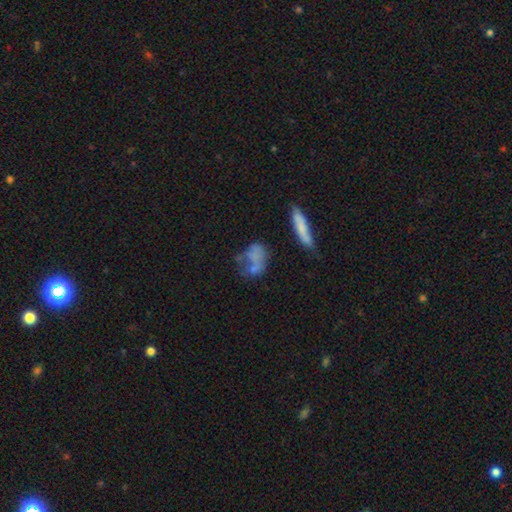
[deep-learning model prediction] Smooth or featured? smooth (54%)
How rounded? in between (68%)
Merging? none (31%)